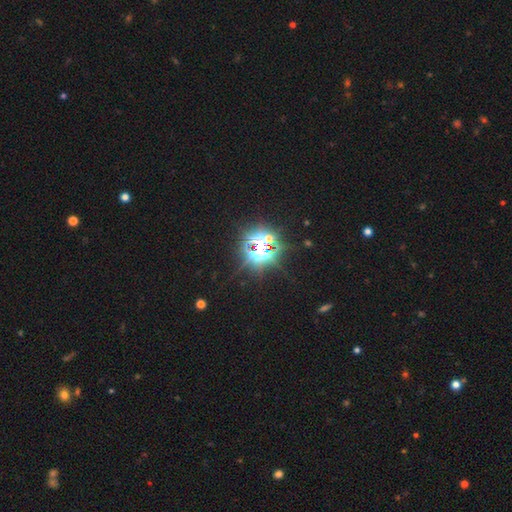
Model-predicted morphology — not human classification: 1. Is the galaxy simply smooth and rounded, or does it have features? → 79% star or artifact, 10% smooth, 10% featured or disk.